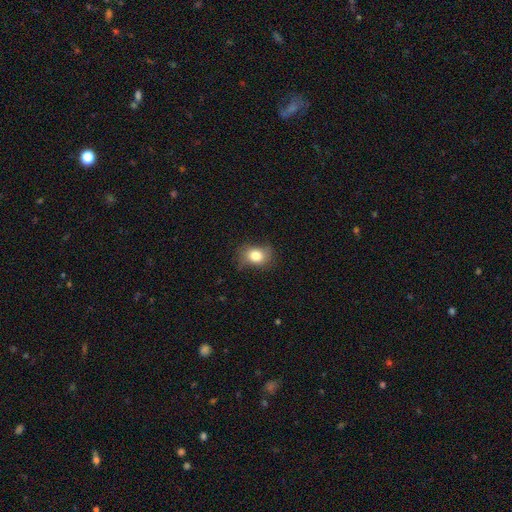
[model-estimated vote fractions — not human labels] This is likely a smooth galaxy (80%). How rounded: possibly in between (54%). Merging: likely none (71%).